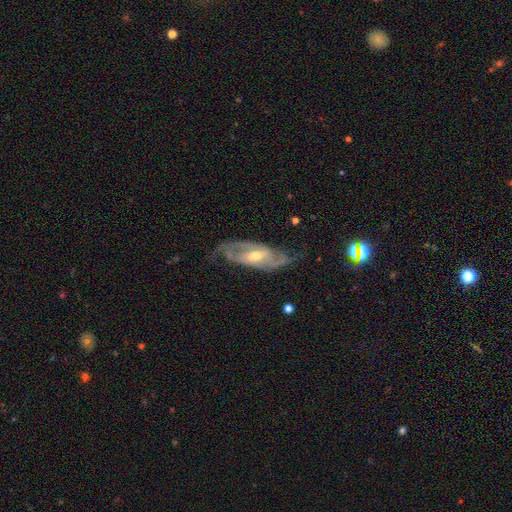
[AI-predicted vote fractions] Morphology: type=featured or disk (87%); edge-on=no (91%); bar=weak (44%); spiral arms=yes (96%); winding=medium (47%); arm count=2 (78%); bulge=moderate (55%); merging=none (74%).